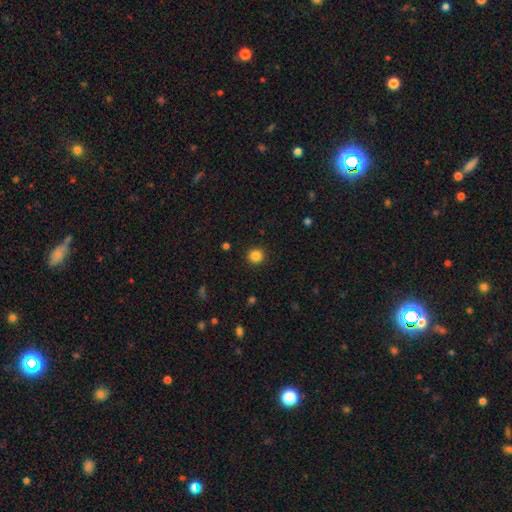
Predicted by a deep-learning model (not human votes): This appears to be a smooth galaxy with no disk features (85%) that is round (94%). Merging: none (92%).